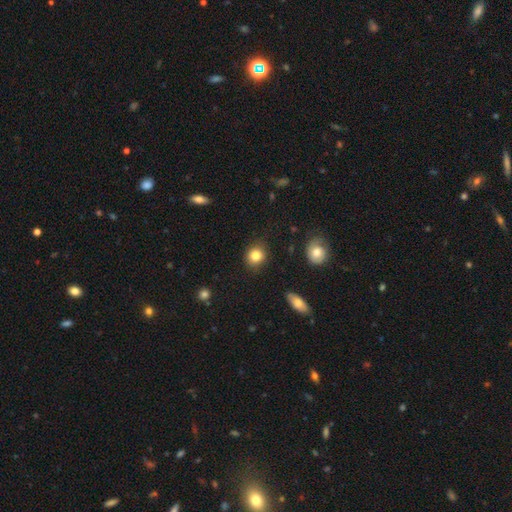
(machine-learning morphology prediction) The model was most divided on "how rounded": round: 76%, in between: 23%, cigar-shaped: 1%. More confident: merging — none (87%); smooth or featured — smooth (83%).